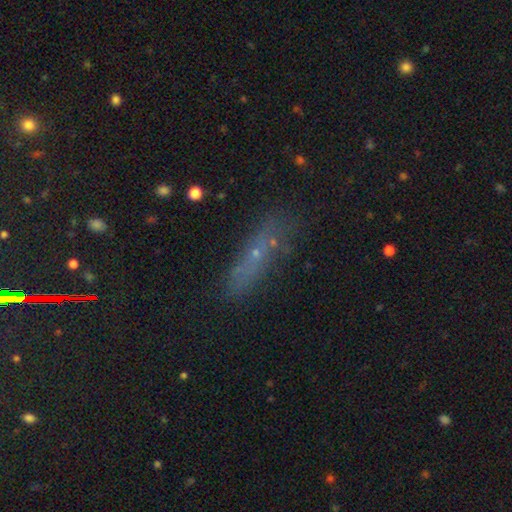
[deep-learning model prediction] Smooth or featured? smooth (46%)
Merging? none (70%)